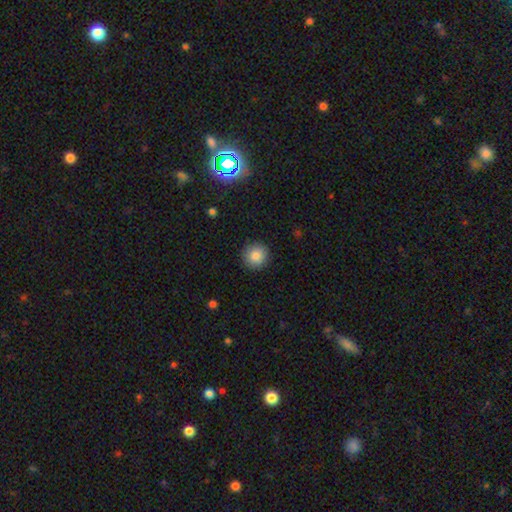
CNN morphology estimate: Smooth or featured? smooth (86%)
How rounded? round (93%)
Merging? none (91%)